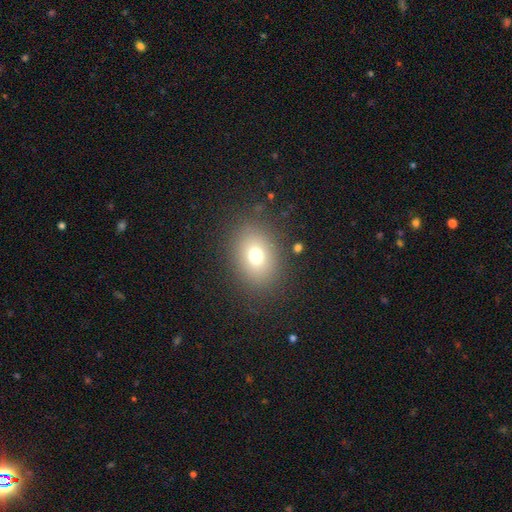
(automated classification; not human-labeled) This appears to be a smooth galaxy with no disk features (72%) that is in between round and cigar-shaped (56%). Merging: none (84%).